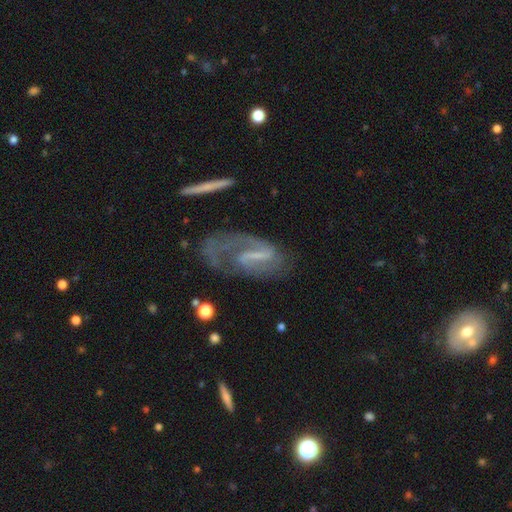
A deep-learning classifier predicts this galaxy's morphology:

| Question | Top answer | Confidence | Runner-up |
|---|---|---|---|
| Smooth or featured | featured or disk | 79% | smooth (14%) |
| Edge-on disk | no | 94% | yes (6%) |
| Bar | weak | 41% | tied: strong (41%) |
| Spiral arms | yes | 88% | no (12%) |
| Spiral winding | medium | 43% | loose (33%) |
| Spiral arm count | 2 | 51% | 1 (35%) |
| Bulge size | none | 44% | small (36%) |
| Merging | none | 45% | major disturbance (30%) |